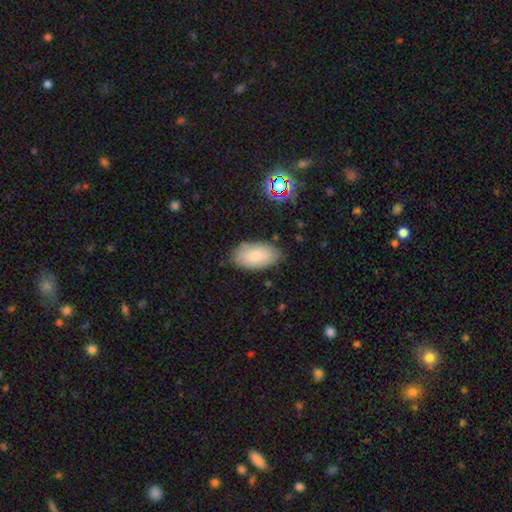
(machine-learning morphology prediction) Smooth or featured?
  - smooth: 81% *
  - featured or disk: 12%
  - star or artifact: 8%
How rounded?
  - in between: 95% *
  - round: 3%
  - cigar-shaped: 2%
Merging?
  - none: 81% *
  - minor disturbance: 15%
  - major disturbance: 3%
  - merger: 2%